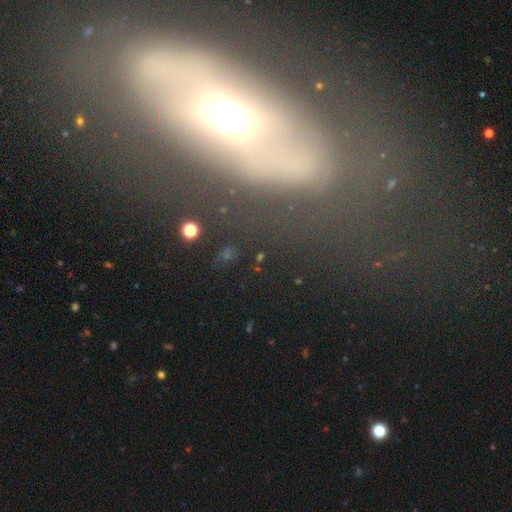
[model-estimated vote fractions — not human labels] Q: Smooth or featured?
A: featured or disk (63%); runner-up: smooth (25%)
Q: Edge-on disk?
A: no (74%); runner-up: yes (26%)
Q: Merging?
A: none (61%); runner-up: major disturbance (19%)